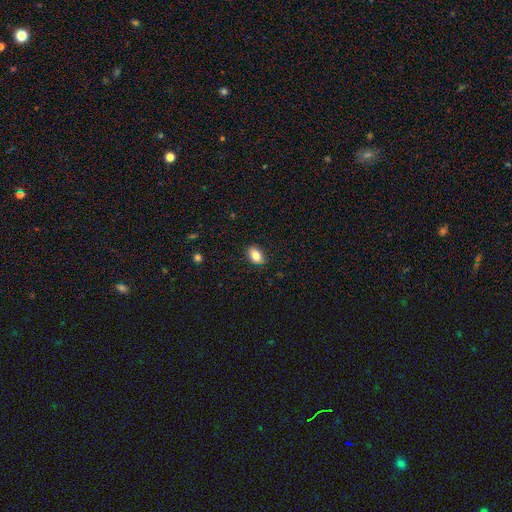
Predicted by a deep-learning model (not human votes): Smooth or featured: smooth — 82% (featured or disk — 9%)
How rounded: in between — 88% (round — 11%)
Merging: none — 88% (minor disturbance — 9%)